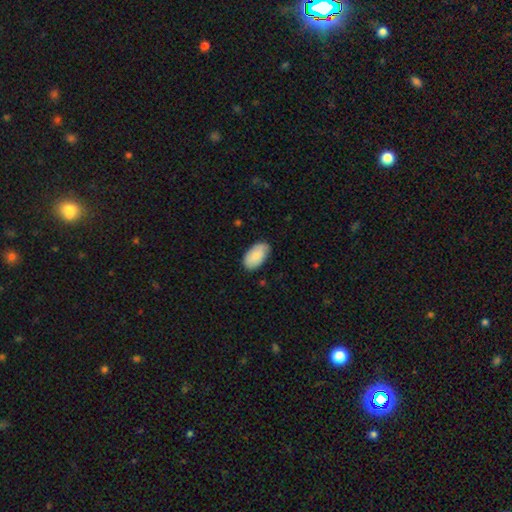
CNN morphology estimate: The model was most divided on "merging": none: 76%, minor disturbance: 20%, major disturbance: 3%, merger: 1%. More confident: how rounded — in between (95%); smooth or featured — smooth (82%).